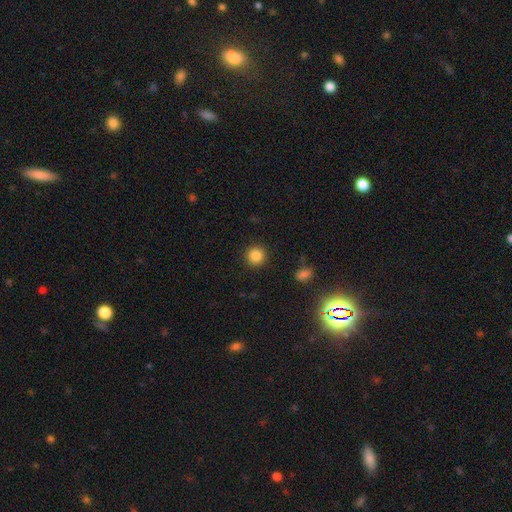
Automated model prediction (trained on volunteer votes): smooth 85%, star or artifact 11%, featured or disk 4%. Down the decision tree: how rounded — round (94%); merging — none (91%).